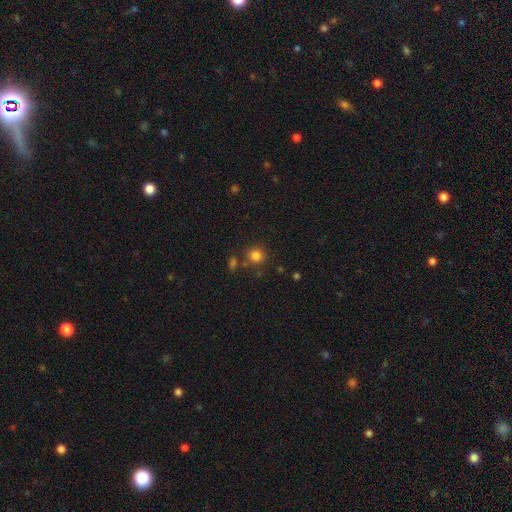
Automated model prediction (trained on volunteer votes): This appears to be a smooth galaxy with no disk features (82%) that is round (90%). Merging: none (77%).